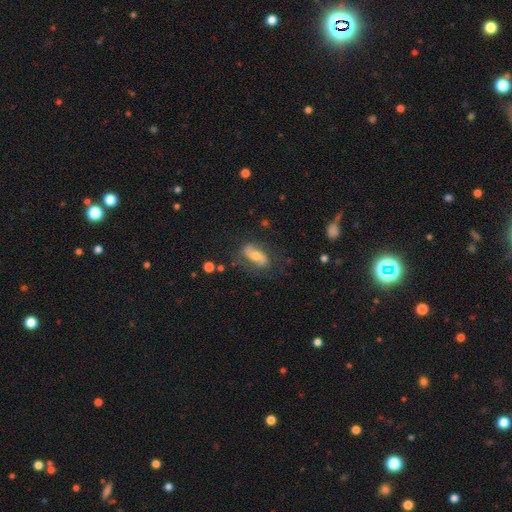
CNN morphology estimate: Q: Smooth or featured?
A: featured or disk (58%); runner-up: smooth (32%)
Q: Edge-on disk?
A: no (91%); runner-up: yes (9%)
Q: Bar?
A: no (44%); runner-up: weak (33%)
Q: Spiral arms?
A: yes (83%); runner-up: no (17%)
Q: Bulge size?
A: moderate (57%); runner-up: small (32%)
Q: Merging?
A: none (64%); runner-up: minor disturbance (21%)